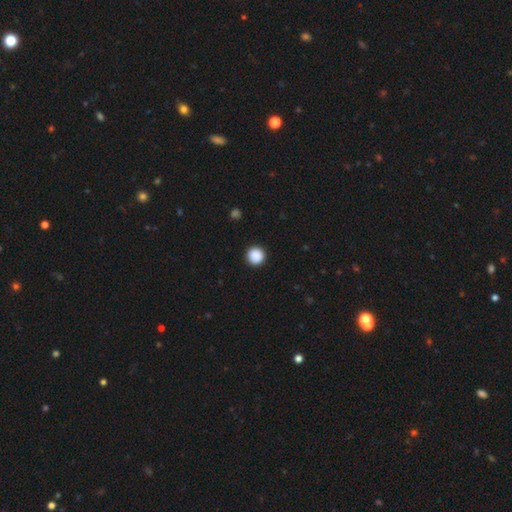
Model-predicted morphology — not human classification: Smooth or featured: smooth — 88% (star or artifact — 9%)
How rounded: round — 96% (in between — 3%)
Merging: none — 92% (minor disturbance — 5%)